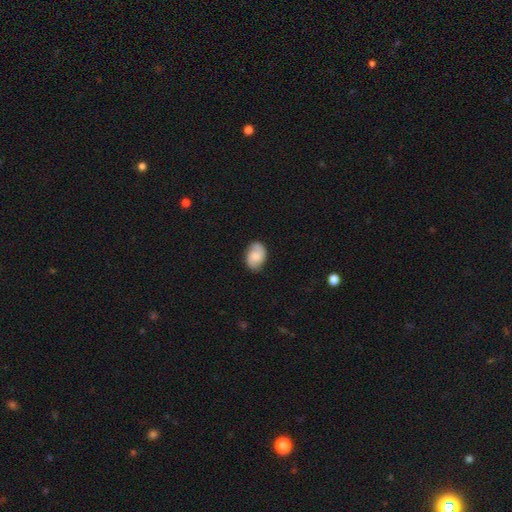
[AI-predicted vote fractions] smooth_or_featured: smooth (p=0.50) [alt: featured or disk p=0.42]
how_rounded: in between (p=0.83) [alt: round p=0.16]
merging: none (p=0.80) [alt: minor disturbance p=0.15]